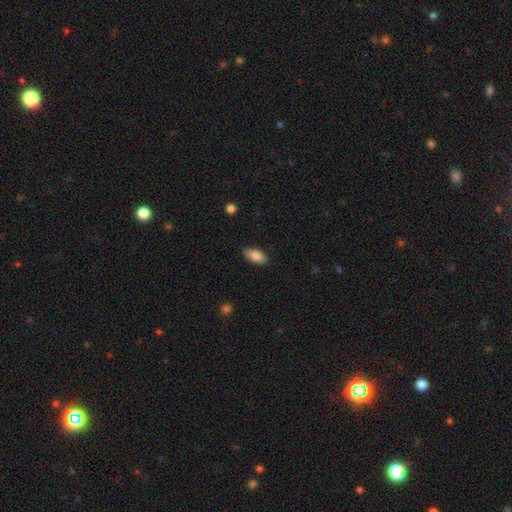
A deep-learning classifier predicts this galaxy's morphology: type=smooth (85%); roundness=in between (89%); merging=none (86%).